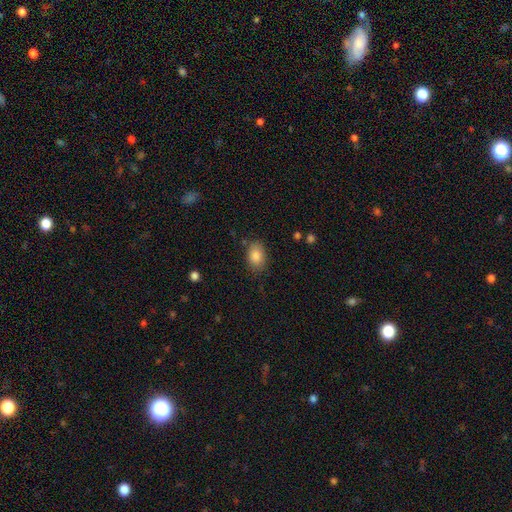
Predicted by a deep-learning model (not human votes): Q: Smooth or featured?
A: smooth (85%); runner-up: star or artifact (8%)
Q: How rounded?
A: in between (83%); runner-up: round (16%)
Q: Merging?
A: none (79%); runner-up: minor disturbance (16%)